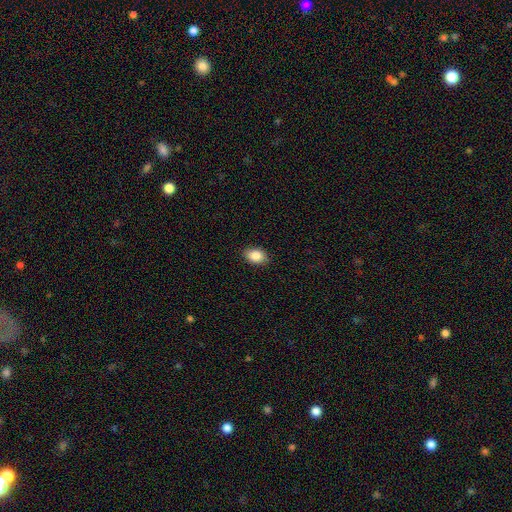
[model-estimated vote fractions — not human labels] smooth_or_featured: smooth (p=0.88) [alt: star or artifact p=0.08]
how_rounded: in between (p=0.81) [alt: round p=0.18]
merging: none (p=0.88) [alt: minor disturbance p=0.09]